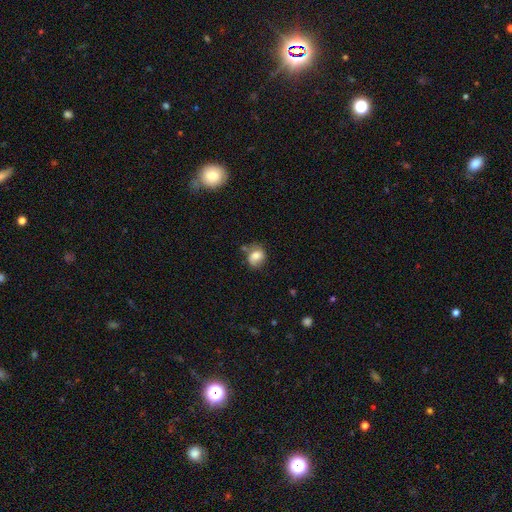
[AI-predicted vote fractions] Morphology: type=smooth (73%); roundness=round (60%); merging=none (57%).